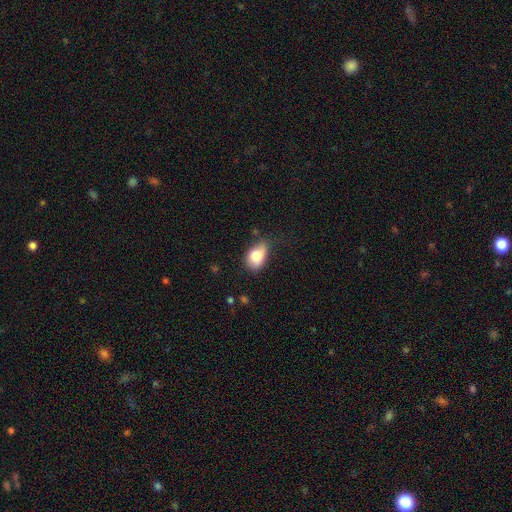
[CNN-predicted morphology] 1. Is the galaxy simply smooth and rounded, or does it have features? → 79% smooth, 13% featured or disk, 8% star or artifact.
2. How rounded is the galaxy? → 83% in between, 15% round, 2% cigar-shaped.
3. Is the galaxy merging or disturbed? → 45% none, 40% minor disturbance, 12% major disturbance, 3% merger.